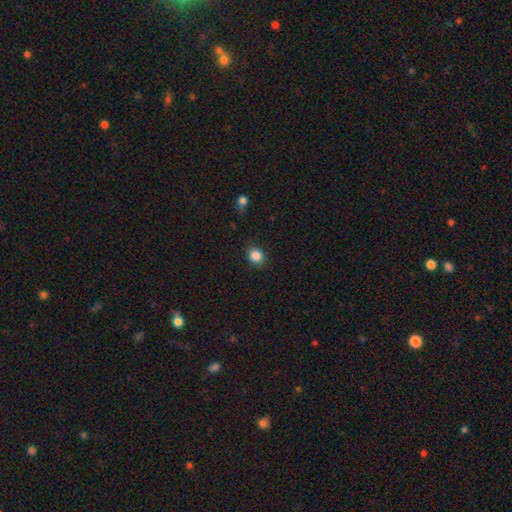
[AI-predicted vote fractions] Overall: smooth (86%). How rounded: round (72%). Merging: none (86%).